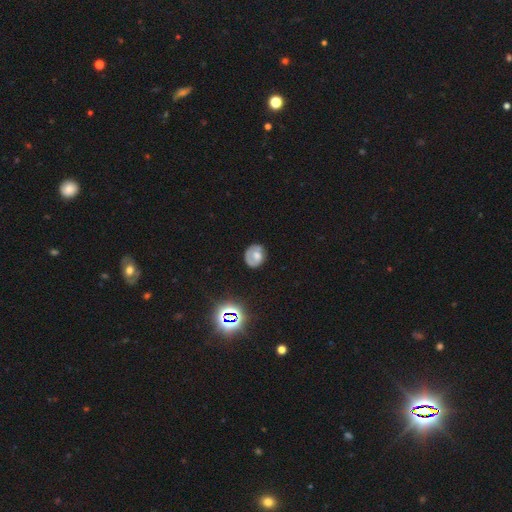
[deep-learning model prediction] smooth 49%, featured or disk 40%, star or artifact 11%. Down the decision tree: merging — none (60%).